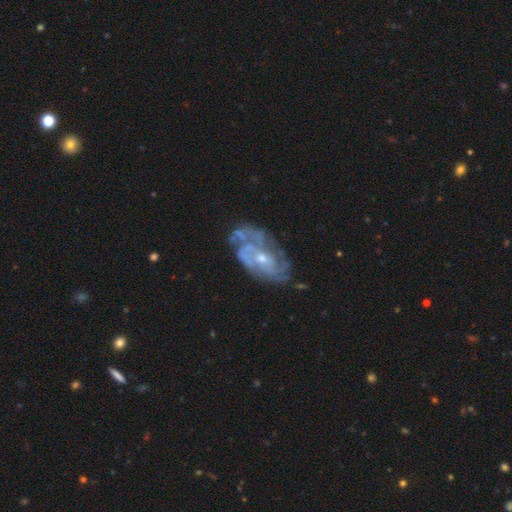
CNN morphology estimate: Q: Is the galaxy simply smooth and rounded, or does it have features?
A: featured or disk — 78%.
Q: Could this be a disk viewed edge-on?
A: no — 95%.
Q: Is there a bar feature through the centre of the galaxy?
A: no — 64%.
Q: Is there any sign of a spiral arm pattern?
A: yes — 84%.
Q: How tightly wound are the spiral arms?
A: tight — 59%.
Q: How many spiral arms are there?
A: can't tell — 43%.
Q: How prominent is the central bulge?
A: small — 56%.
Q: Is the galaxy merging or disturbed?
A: none — 64%.